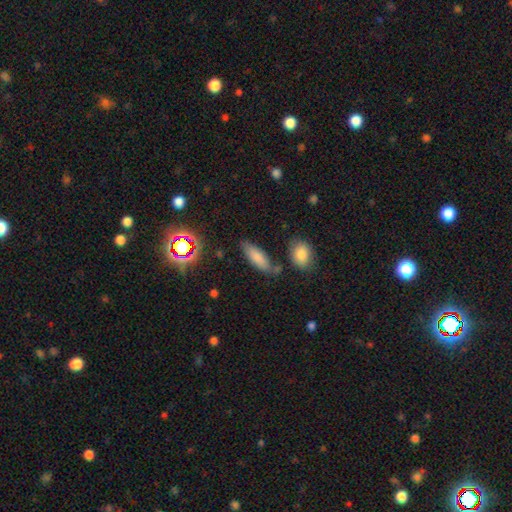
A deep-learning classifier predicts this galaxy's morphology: The model was most divided on "how rounded": in between: 60%, cigar-shaped: 37%, round: 3%. More confident: smooth or featured — smooth (75%); merging — none (70%).